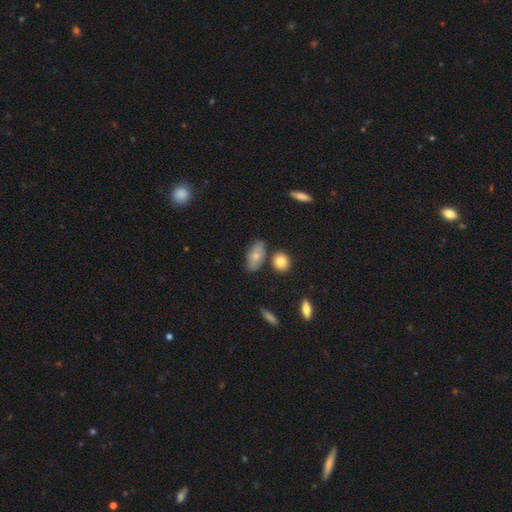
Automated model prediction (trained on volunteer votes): Morphology: type=smooth (73%); roundness=in between (85%); merging=none (71%).